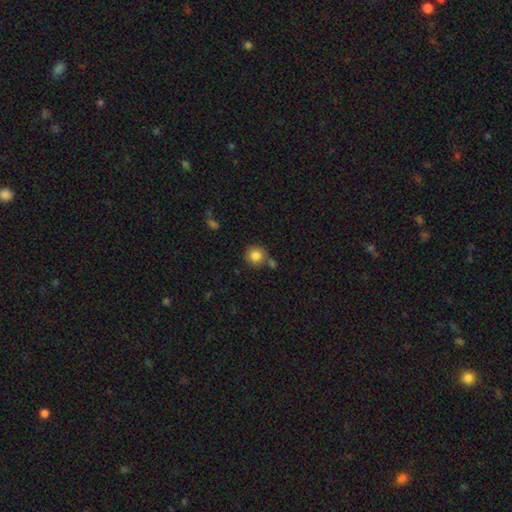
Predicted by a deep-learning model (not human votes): Q: Smooth or featured?
A: smooth (83%); runner-up: star or artifact (9%)
Q: How rounded?
A: round (90%); runner-up: in between (9%)
Q: Merging?
A: none (68%); runner-up: merger (14%)